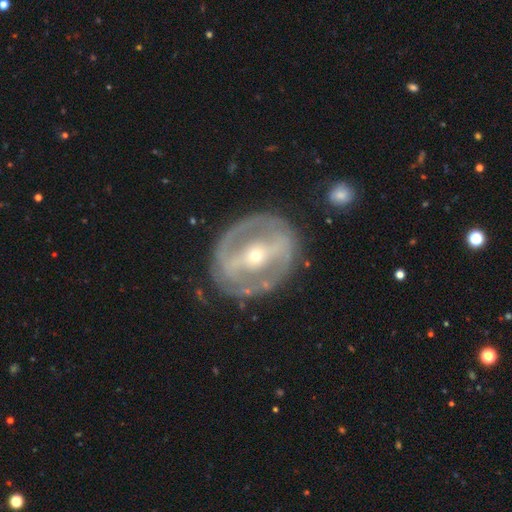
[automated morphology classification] The model was most divided on "spiral arms": no: 56%, yes: 44%. Remaining: edge-on disk — no (93%); smooth or featured — featured or disk (79%); merging — none (75%); bulge size — small (72%); bar — strong (50%).